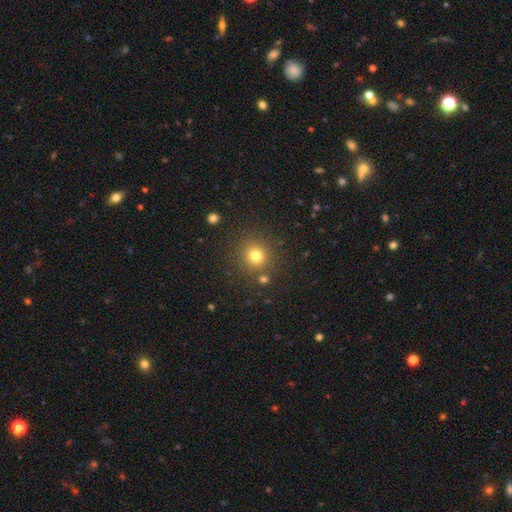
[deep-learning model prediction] smooth 77%, star or artifact 16%, featured or disk 7%. Down the decision tree: how rounded — round (89%); merging — none (84%).